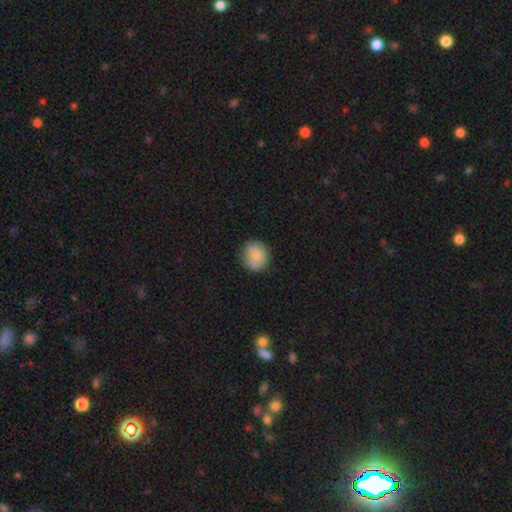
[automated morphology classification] Smooth or featured: smooth — 81% (featured or disk — 11%)
How rounded: round — 86% (in between — 13%)
Merging: none — 74% (minor disturbance — 16%)